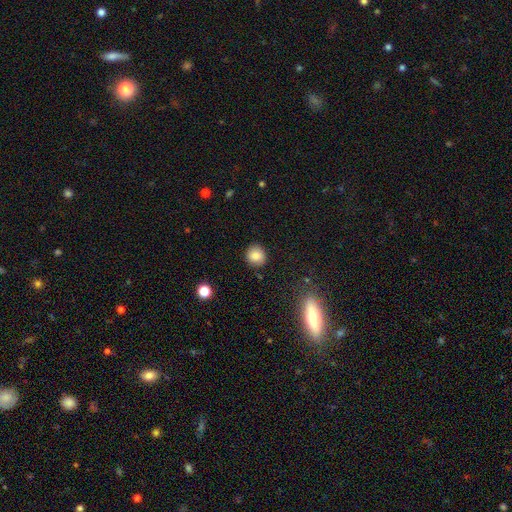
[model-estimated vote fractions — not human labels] Smooth or featured: smooth — 84% (star or artifact — 10%)
How rounded: round — 87% (in between — 12%)
Merging: none — 87% (minor disturbance — 9%)